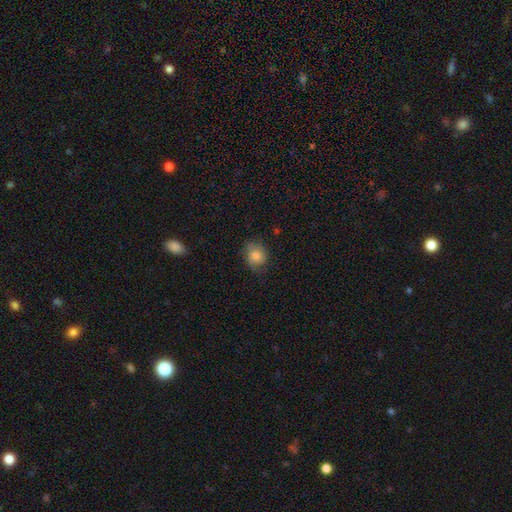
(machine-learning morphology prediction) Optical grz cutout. It shows a smooth galaxy with no disk features (73%) that is round (60%). Merging: none (66%).